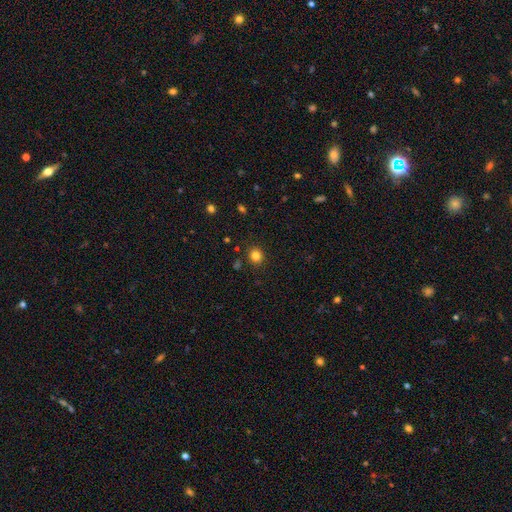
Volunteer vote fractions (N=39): Smooth or featured? smooth (90%)
How rounded? round (94%)
Merging? none (97%)